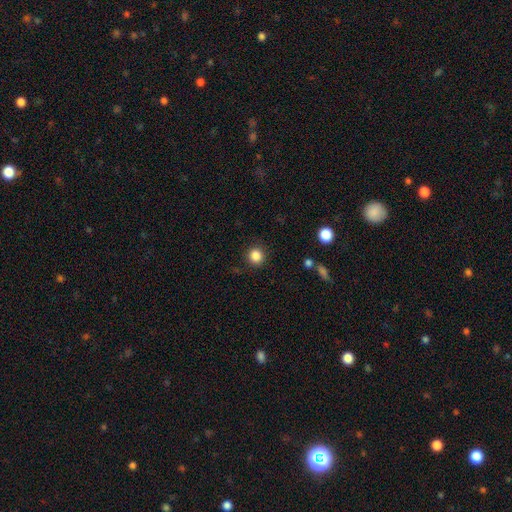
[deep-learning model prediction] The model was most divided on "smooth or featured": smooth: 85%, star or artifact: 11%, featured or disk: 4%. More confident: how rounded — round (93%); merging — none (90%).